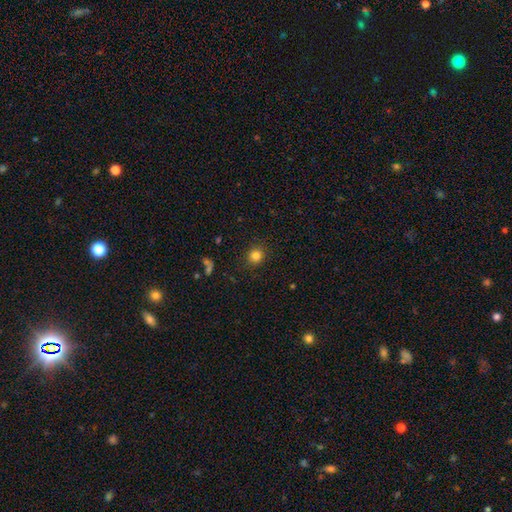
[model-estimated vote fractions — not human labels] This appears to be a smooth galaxy with no disk features (82%) that is round (87%). Merging: none (88%).